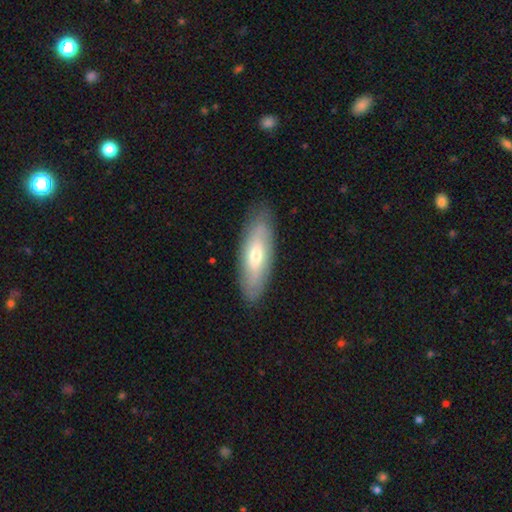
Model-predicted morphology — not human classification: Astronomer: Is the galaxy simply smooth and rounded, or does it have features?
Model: smooth — 51% (runner-up: featured or disk, 43%).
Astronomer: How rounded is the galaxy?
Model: in between — 58% (runner-up: cigar-shaped, 40%).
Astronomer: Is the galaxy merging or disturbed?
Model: none — 86%.